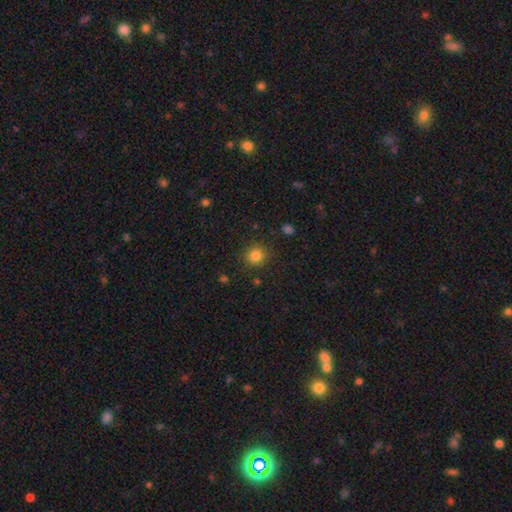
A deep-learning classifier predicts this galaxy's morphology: smooth 83%, star or artifact 12%, featured or disk 5%. Down the decision tree: how rounded — round (91%); merging — none (89%).